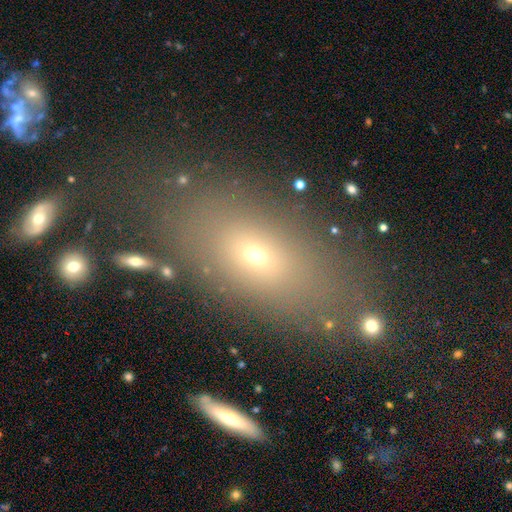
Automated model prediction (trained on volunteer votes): The model was most divided on "smooth or featured": smooth: 61%, star or artifact: 22%, featured or disk: 17%. More confident: how rounded — in between (77%); merging — none (71%).